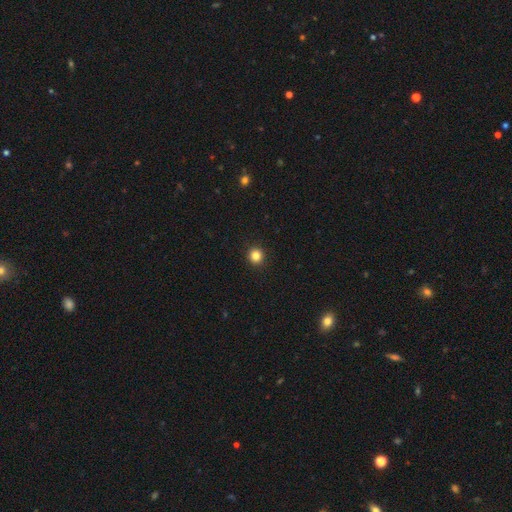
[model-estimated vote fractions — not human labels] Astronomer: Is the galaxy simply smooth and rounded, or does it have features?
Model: smooth — 84%.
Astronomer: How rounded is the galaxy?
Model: round — 93%.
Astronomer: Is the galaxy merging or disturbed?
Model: none — 93%.